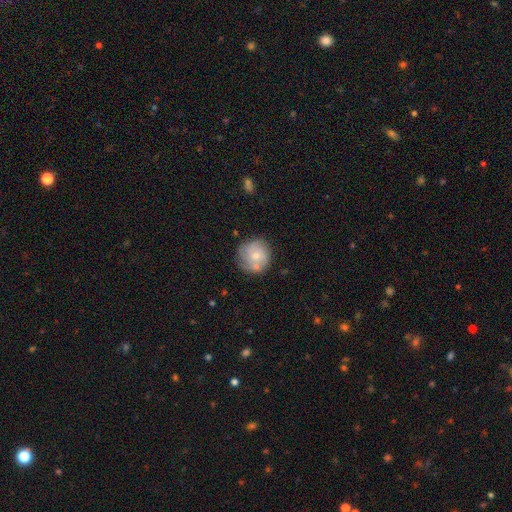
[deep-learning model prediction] The model was most divided on "smooth or featured": smooth: 55%, featured or disk: 37%, star or artifact: 8%. More confident: how rounded — round (90%); merging — none (68%).